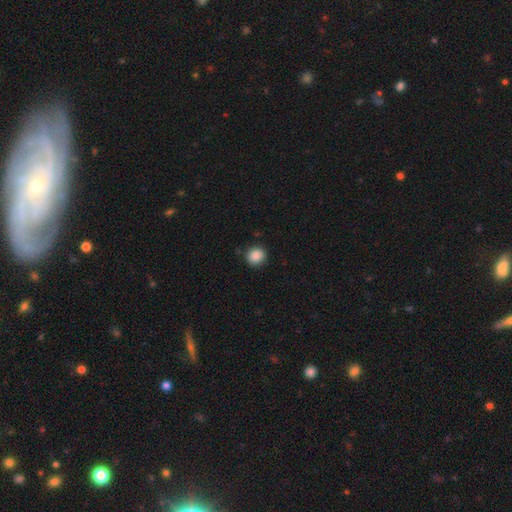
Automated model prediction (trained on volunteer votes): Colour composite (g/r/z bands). It shows a smooth galaxy with no disk features (87%) that is round (87%). Merging: none (88%).